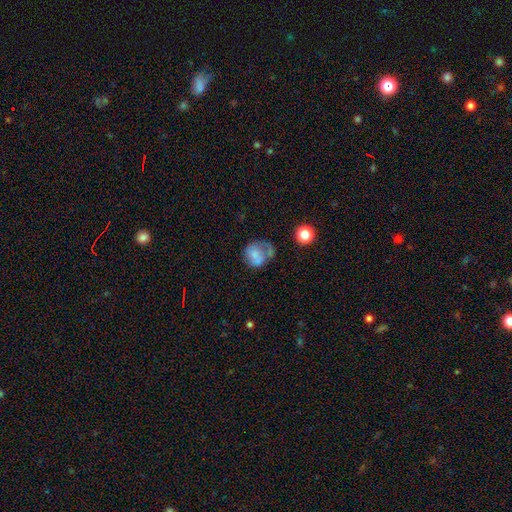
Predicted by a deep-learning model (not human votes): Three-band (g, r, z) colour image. It shows a smooth galaxy with no disk features (58%) that is round (70%). Merging: none (35%).